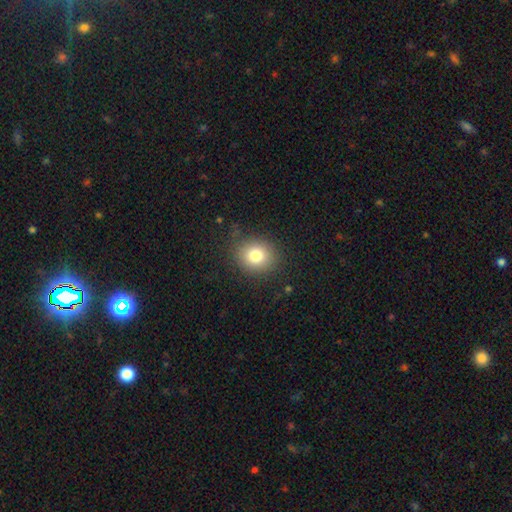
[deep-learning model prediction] This is likely a smooth galaxy (80%). How rounded: likely round (75%). Merging: clearly none (86%).